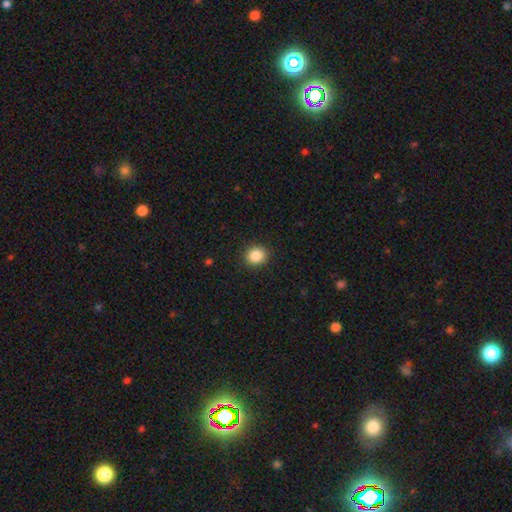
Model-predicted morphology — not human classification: This is clearly a smooth galaxy (87%). How rounded: clearly round (82%). Merging: clearly none (91%).